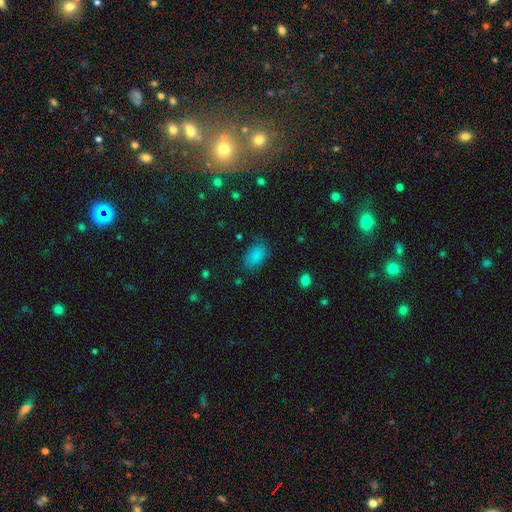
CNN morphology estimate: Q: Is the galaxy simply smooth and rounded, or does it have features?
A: smooth — 85%.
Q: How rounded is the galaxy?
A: in between — 91%.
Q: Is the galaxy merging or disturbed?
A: none — 75%.